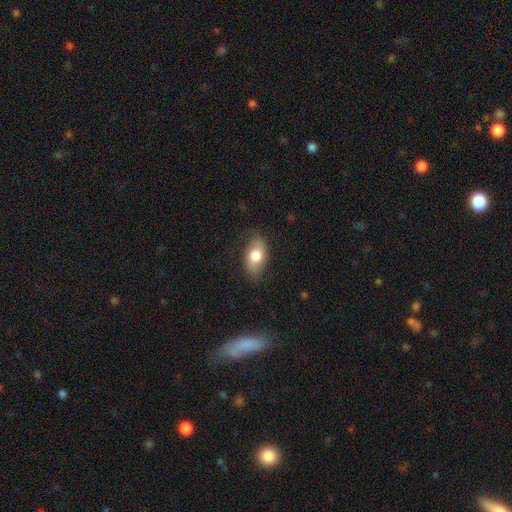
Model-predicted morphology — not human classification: Q: Smooth or featured?
A: smooth (70%); runner-up: featured or disk (23%)
Q: How rounded?
A: in between (89%); runner-up: round (9%)
Q: Merging?
A: none (75%); runner-up: minor disturbance (19%)